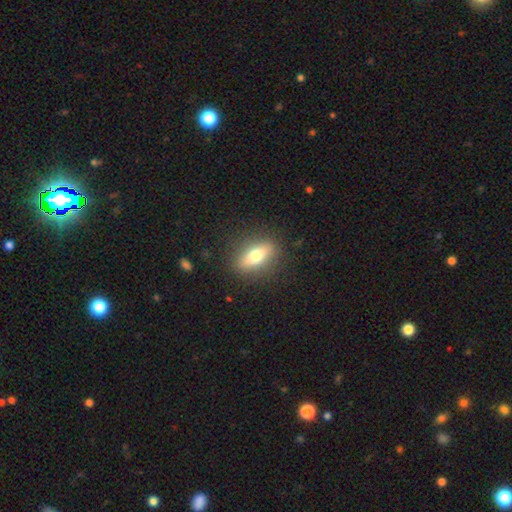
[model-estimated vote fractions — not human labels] The model was most divided on "smooth or featured": smooth: 64%, featured or disk: 28%, star or artifact: 8%. More confident: merging — none (86%); how rounded — in between (70%).